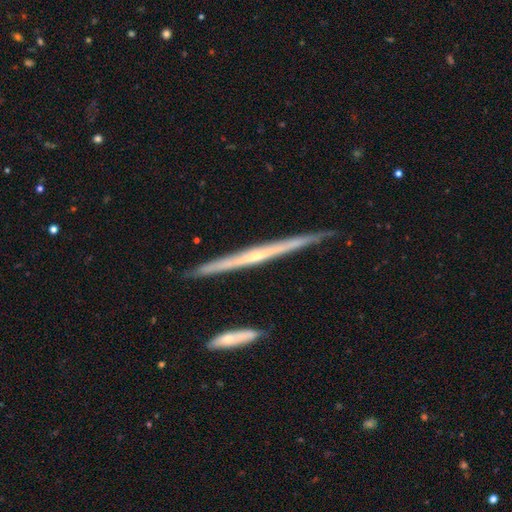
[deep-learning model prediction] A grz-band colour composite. It shows a featured or disk galaxy (77%) viewed edge-on (97%) with no central bulge (51%). Merging: none (87%).